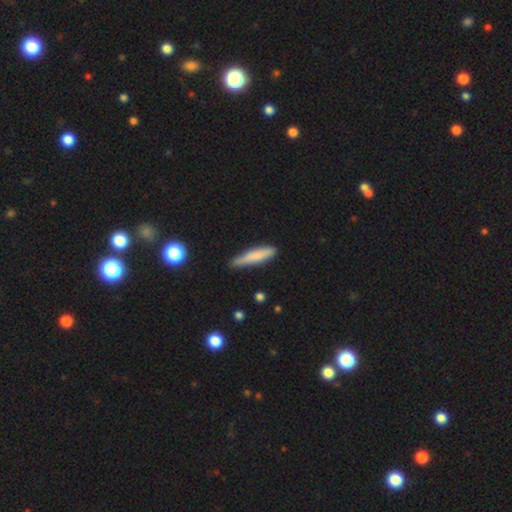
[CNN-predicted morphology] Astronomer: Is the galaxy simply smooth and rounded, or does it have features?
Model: smooth — 75%.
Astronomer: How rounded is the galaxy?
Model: cigar-shaped — 86%.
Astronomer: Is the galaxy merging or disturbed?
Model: none — 75%.